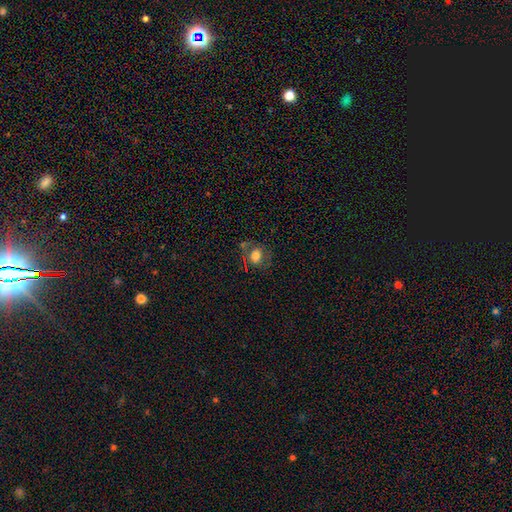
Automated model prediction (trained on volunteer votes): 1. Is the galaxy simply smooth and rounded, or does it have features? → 68% smooth, 20% featured or disk, 12% star or artifact.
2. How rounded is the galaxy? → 55% round, 44% in between, 1% cigar-shaped.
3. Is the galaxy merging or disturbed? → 60% none, 20% minor disturbance, 11% major disturbance, 9% merger.